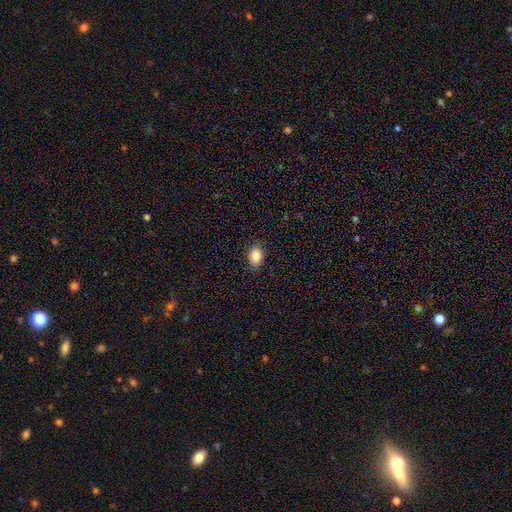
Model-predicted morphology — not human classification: smooth_or_featured: smooth (p=0.86) [alt: star or artifact p=0.08]
how_rounded: in between (p=0.84) [alt: round p=0.15]
merging: none (p=0.85) [alt: minor disturbance p=0.11]